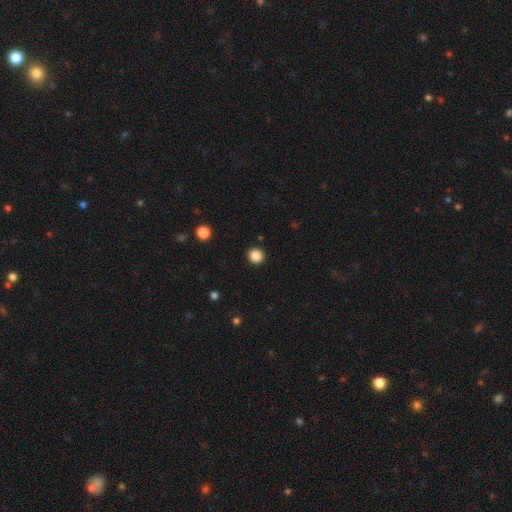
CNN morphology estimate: Overall: smooth (86%). How rounded: round (92%). Merging: none (92%).